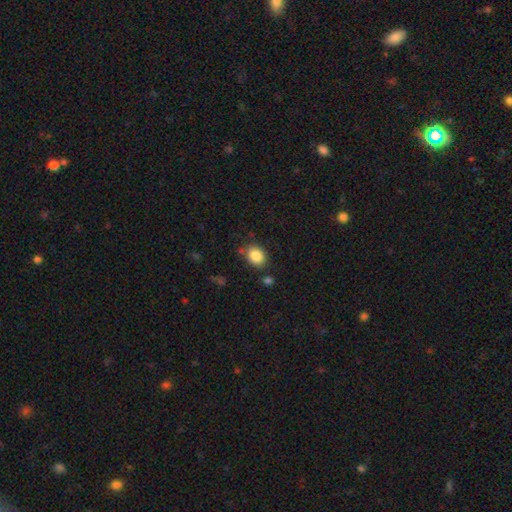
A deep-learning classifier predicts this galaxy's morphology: A smooth galaxy with no disk features (86%) that is in between round and cigar-shaped (56%).

Vote fractions:
- Smooth or featured? smooth: 86% / star or artifact: 9% / featured or disk: 5%
- How rounded? in between: 56% / round: 43% / cigar-shaped: 1%
- Merging? none: 76% / minor disturbance: 15% / merger: 5% / major disturbance: 4%